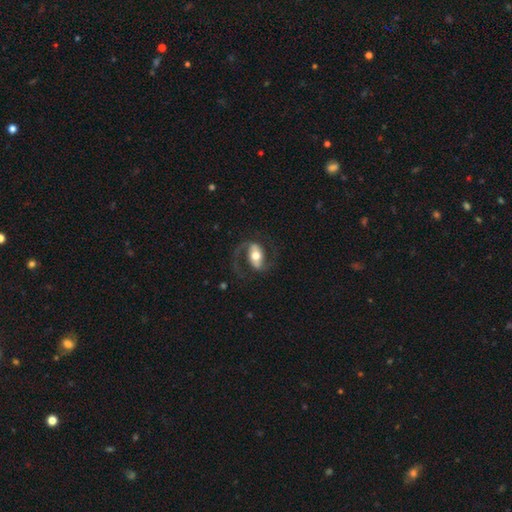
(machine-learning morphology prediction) featured or disk 81%, smooth 14%, star or artifact 5%. Down the decision tree: edge-on disk — no (96%); bar — strong (45%); spiral arms — yes (92%); spiral arm count — 2 (88%); spiral winding — medium (51%); bulge size — moderate (66%); merging — none (70%).